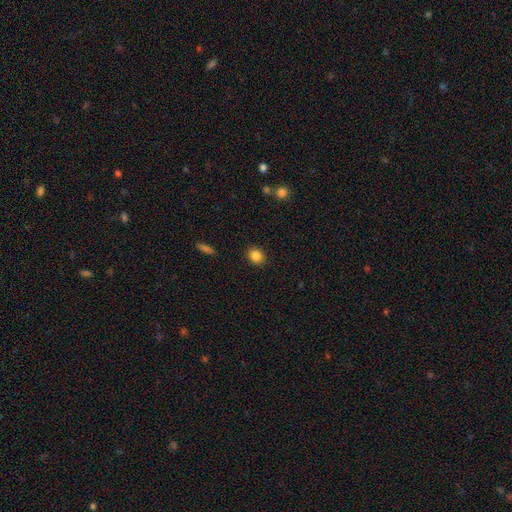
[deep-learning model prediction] Q: Smooth or featured?
A: smooth (86%); runner-up: star or artifact (10%)
Q: How rounded?
A: round (60%); runner-up: in between (39%)
Q: Merging?
A: none (89%); runner-up: minor disturbance (7%)